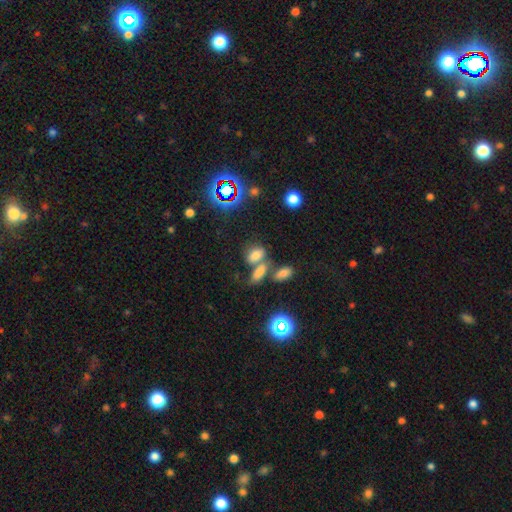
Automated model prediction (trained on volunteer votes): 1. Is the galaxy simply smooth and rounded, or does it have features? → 69% smooth, 20% star or artifact, 11% featured or disk.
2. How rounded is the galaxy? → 83% in between, 12% round, 6% cigar-shaped.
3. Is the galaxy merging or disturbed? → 46% merger, 38% none, 10% minor disturbance, 6% major disturbance.